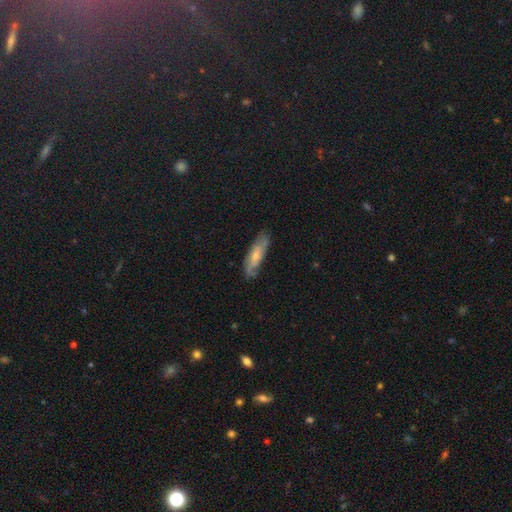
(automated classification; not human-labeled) featured or disk 51%, smooth 43%, star or artifact 6%. Down the decision tree: edge-on disk — no (73%); merging — none (72%).